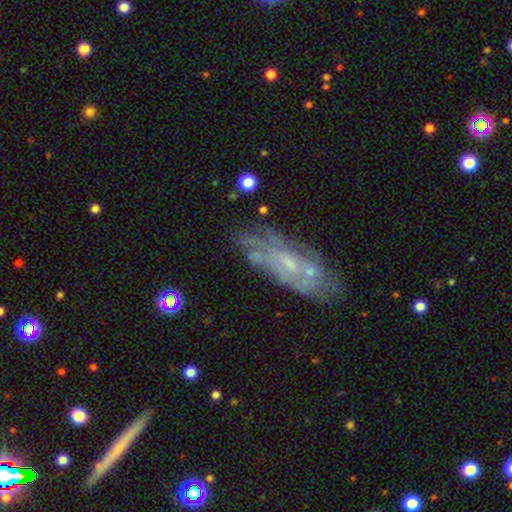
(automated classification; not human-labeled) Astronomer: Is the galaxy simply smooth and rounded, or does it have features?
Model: featured or disk — 68%.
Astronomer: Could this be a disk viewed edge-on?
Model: no — 86%.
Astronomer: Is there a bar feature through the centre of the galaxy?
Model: no — 58% (runner-up: weak, 34%).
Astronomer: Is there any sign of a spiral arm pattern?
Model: yes — 63%.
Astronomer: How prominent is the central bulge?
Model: small — 49% (runner-up: moderate, 26%).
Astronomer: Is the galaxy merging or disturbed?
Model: none — 55%.